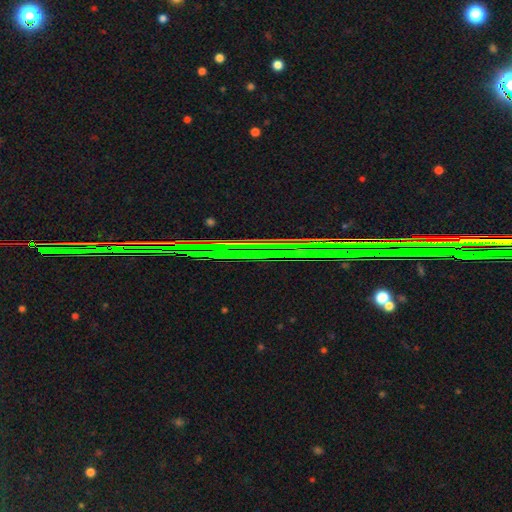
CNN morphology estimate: star or artifact 85%, featured or disk 9%, smooth 6%.